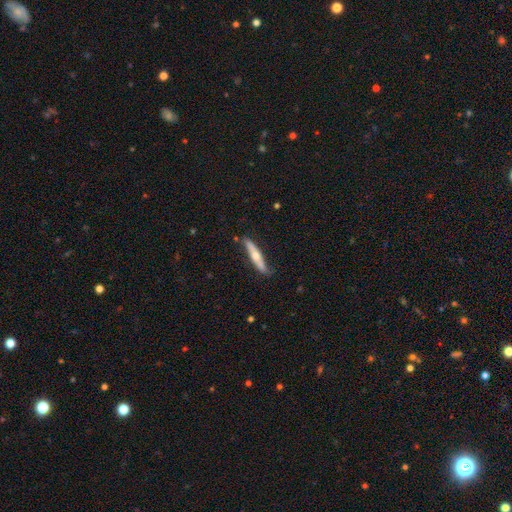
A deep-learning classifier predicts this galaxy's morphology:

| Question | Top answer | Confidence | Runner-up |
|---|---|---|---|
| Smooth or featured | featured or disk | 54% | smooth (41%) |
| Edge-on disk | yes | 84% | no (16%) |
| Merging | none | 74% | minor disturbance (20%) |